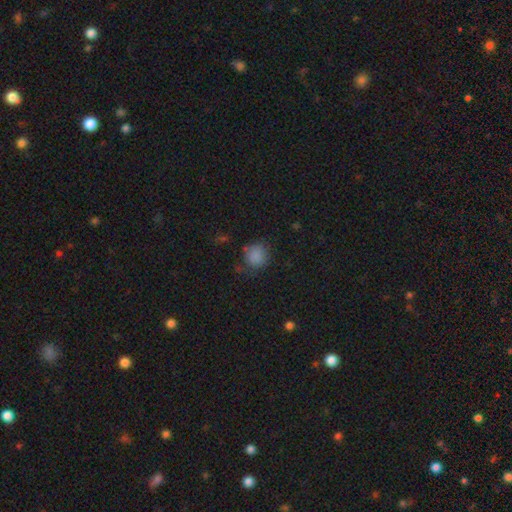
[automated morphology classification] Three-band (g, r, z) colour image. It shows a smooth galaxy with no disk features (83%) that is round (82%). Merging: none (63%).